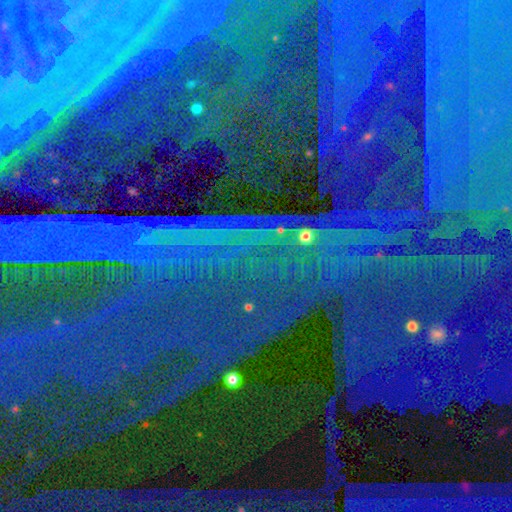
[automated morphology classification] Smooth or featured? star or artifact (89%)